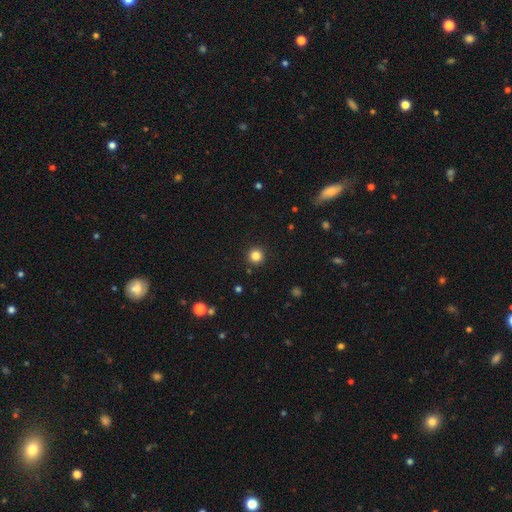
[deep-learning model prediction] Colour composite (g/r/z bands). It shows a smooth galaxy with no disk features (83%) that is round (96%). Merging: none (92%).